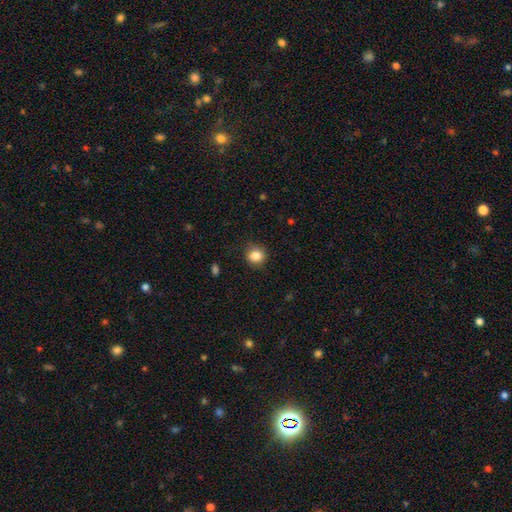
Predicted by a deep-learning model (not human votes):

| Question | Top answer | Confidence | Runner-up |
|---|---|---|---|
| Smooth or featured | smooth | 85% | star or artifact (10%) |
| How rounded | round | 83% | in between (17%) |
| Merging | none | 85% | minor disturbance (11%) |